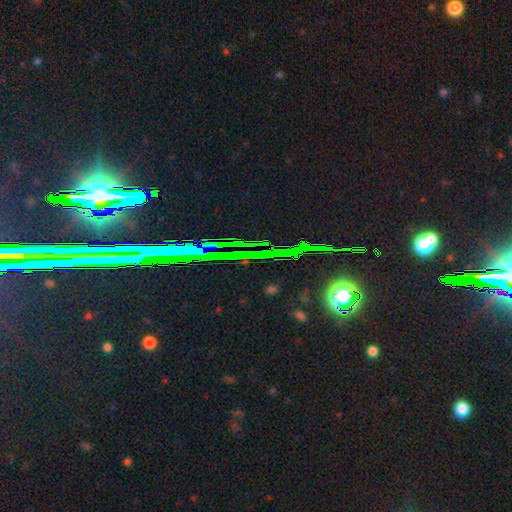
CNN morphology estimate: Overall: star or artifact (85%).